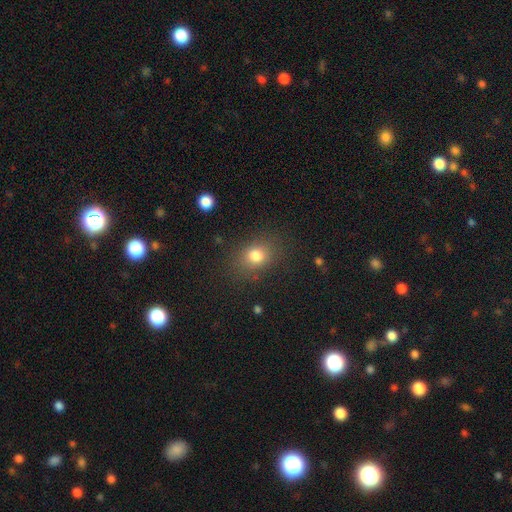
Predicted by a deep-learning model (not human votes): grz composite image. It shows a smooth galaxy with no disk features (79%) that is round (50%). Merging: none (81%).